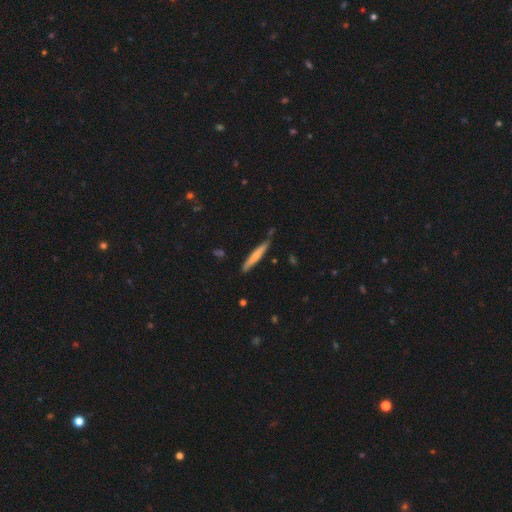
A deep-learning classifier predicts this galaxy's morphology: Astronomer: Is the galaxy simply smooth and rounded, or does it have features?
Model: smooth — 69%.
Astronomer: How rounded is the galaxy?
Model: cigar-shaped — 95%.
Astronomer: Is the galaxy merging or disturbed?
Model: none — 79%.